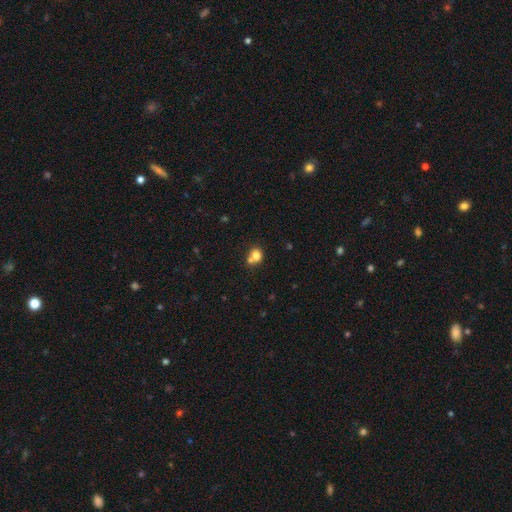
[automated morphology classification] smooth 77%, star or artifact 12%, featured or disk 12%. Down the decision tree: how rounded — round (68%); merging — merger (44%).